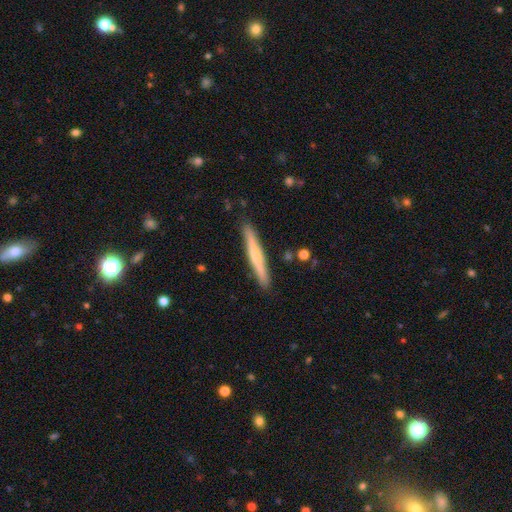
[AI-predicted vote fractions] smooth-or-featured: smooth: 48% | featured or disk: 47% | star or artifact: 6%
  merging: none: 90% | minor disturbance: 7% | merger: 1% | major disturbance: 1%